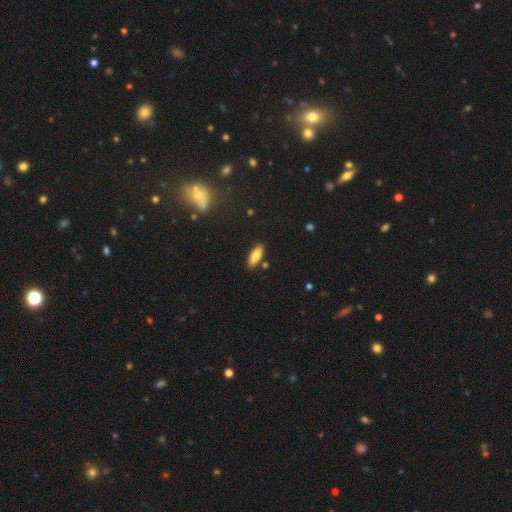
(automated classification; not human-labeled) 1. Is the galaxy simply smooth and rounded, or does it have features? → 85% smooth, 8% featured or disk, 7% star or artifact.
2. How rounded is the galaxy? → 70% in between, 28% cigar-shaped, 2% round.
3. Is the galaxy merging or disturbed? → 84% none, 10% minor disturbance, 3% merger, 2% major disturbance.